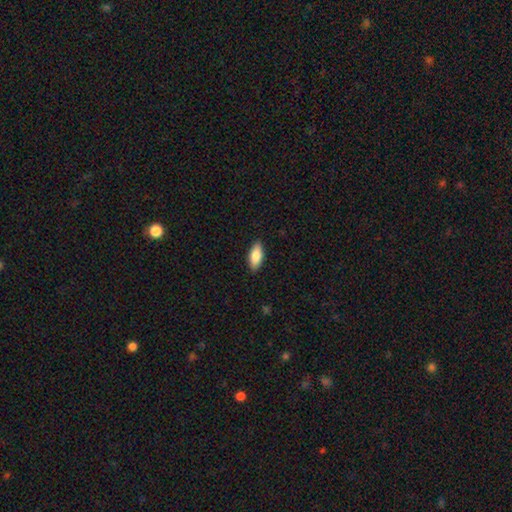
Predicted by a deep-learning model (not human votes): Smooth or featured? smooth (83%)
How rounded? in between (84%)
Merging? none (89%)